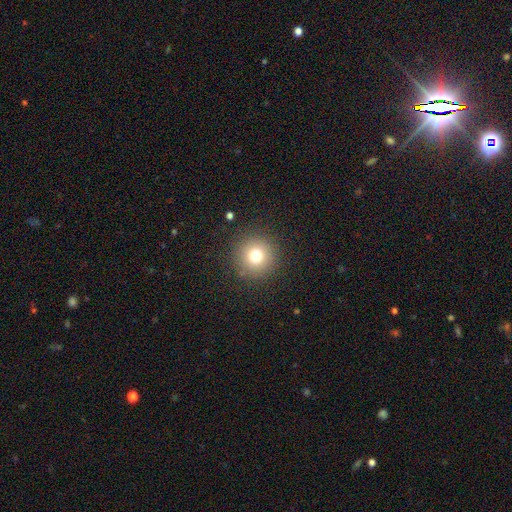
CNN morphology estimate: Overall: smooth (75%). How rounded: round (96%). Merging: none (90%).